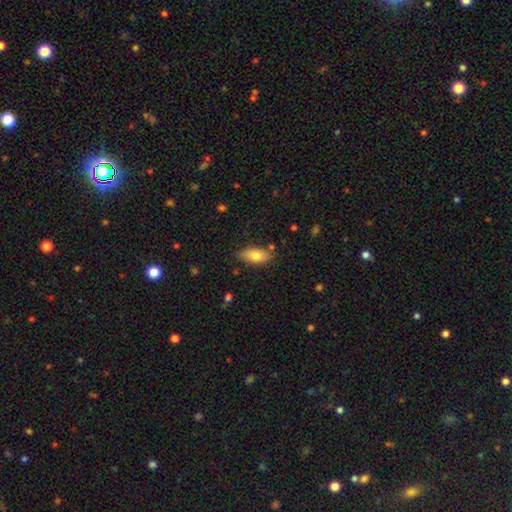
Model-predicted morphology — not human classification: Q: Smooth or featured?
A: smooth (77%); runner-up: featured or disk (16%)
Q: How rounded?
A: in between (87%); runner-up: cigar-shaped (10%)
Q: Merging?
A: none (82%); runner-up: minor disturbance (13%)